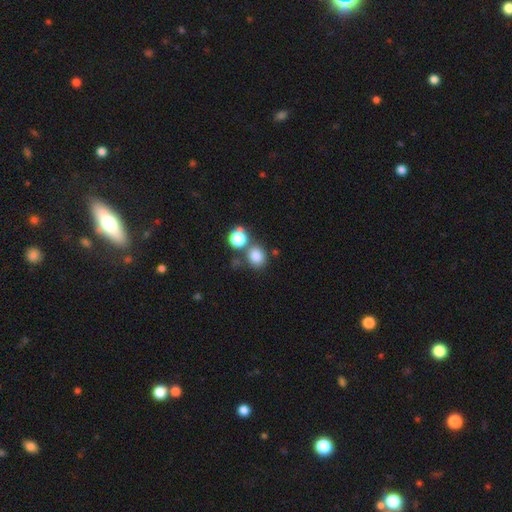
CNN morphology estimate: Smooth or featured?
  - smooth: 81% *
  - star or artifact: 12%
  - featured or disk: 6%
How rounded?
  - round: 72% *
  - in between: 27%
  - cigar-shaped: 1%
Merging?
  - none: 59% *
  - merger: 26%
  - minor disturbance: 11%
  - major disturbance: 4%